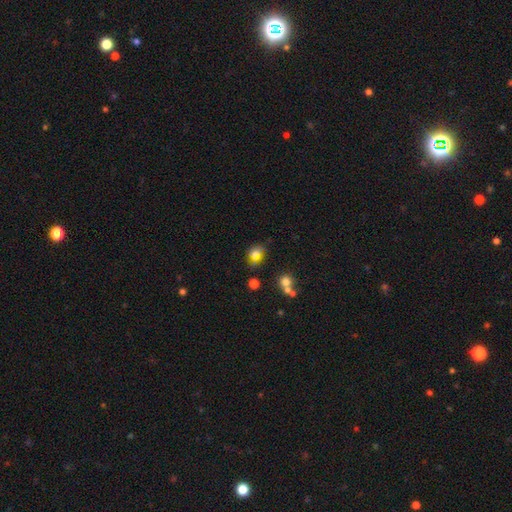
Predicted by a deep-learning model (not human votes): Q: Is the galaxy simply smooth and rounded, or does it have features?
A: smooth — 73%.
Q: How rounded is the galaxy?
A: in between — 55%.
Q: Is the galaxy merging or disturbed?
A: none — 63%.